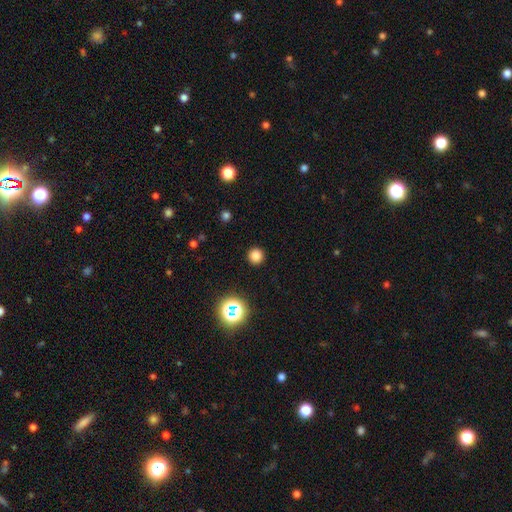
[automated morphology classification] Smooth or featured? smooth (79%)
How rounded? round (95%)
Merging? none (92%)